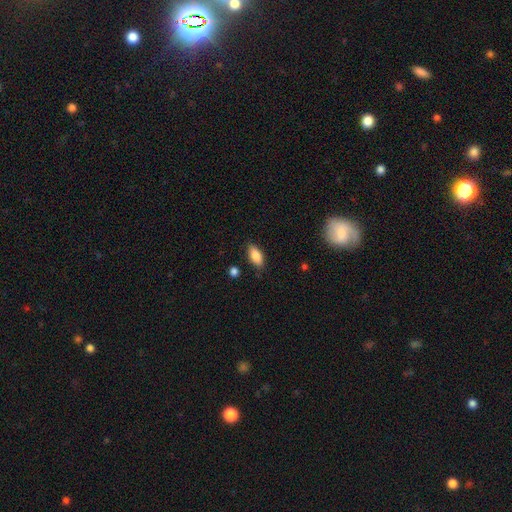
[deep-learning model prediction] The model was most divided on "merging": none: 83%, minor disturbance: 13%, major disturbance: 3%, merger: 2%. More confident: how rounded — in between (86%); smooth or featured — smooth (84%).